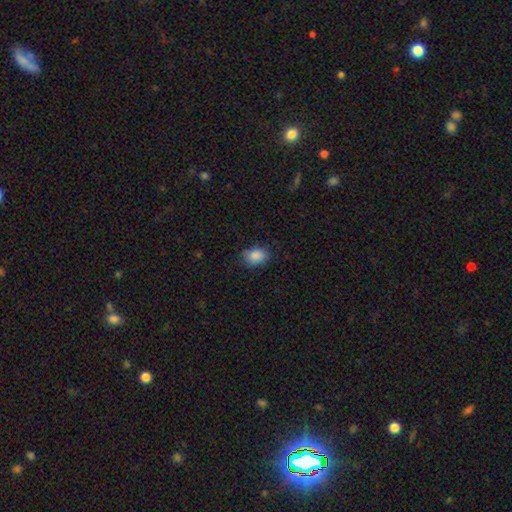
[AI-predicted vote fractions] This is clearly a smooth galaxy (88%). How rounded: likely in between (74%). Merging: likely none (79%).